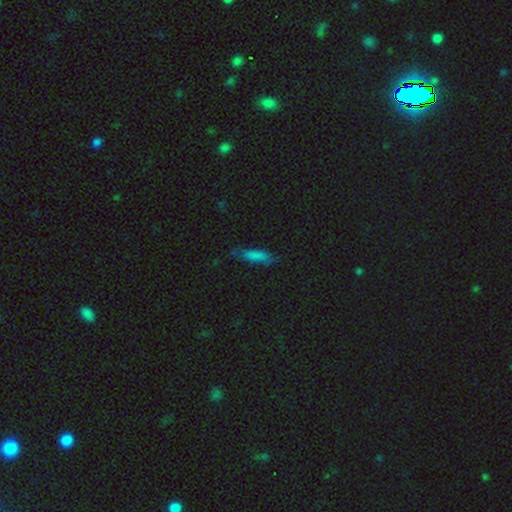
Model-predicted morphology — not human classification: smooth_or_featured: smooth (p=0.76) [alt: featured or disk p=0.13]
how_rounded: cigar-shaped (p=0.58) [alt: in between p=0.39]
merging: none (p=0.68) [alt: minor disturbance p=0.24]